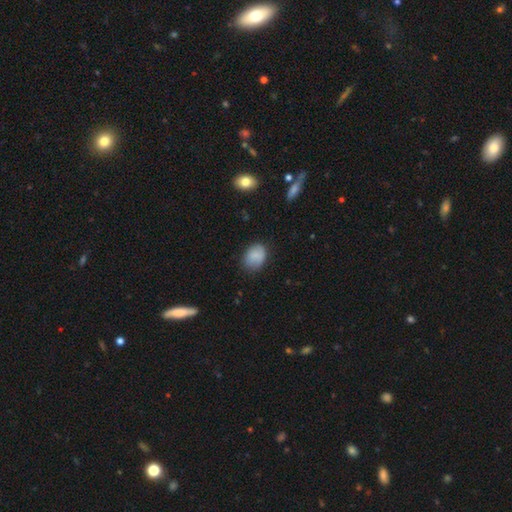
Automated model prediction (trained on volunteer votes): Morphology: type=smooth (84%); roundness=in between (68%); merging=none (71%).